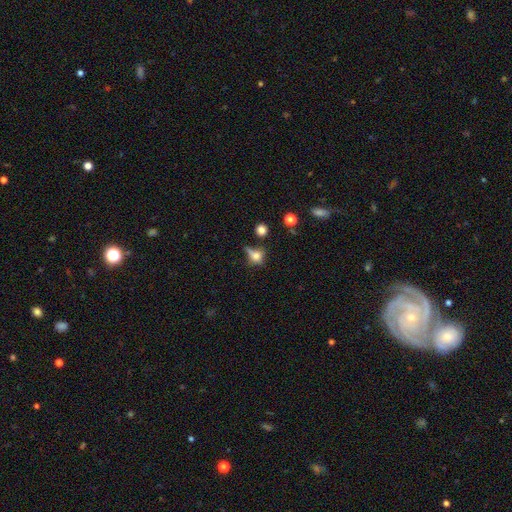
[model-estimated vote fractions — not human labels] A smooth galaxy with no disk features (66%) that is round (64%).

Vote fractions:
- Smooth or featured? smooth: 66% / featured or disk: 19% / star or artifact: 15%
- How rounded? round: 64% / in between: 31% / cigar-shaped: 5%
- Merging? none: 48% / minor disturbance: 23% / major disturbance: 15% / merger: 14%